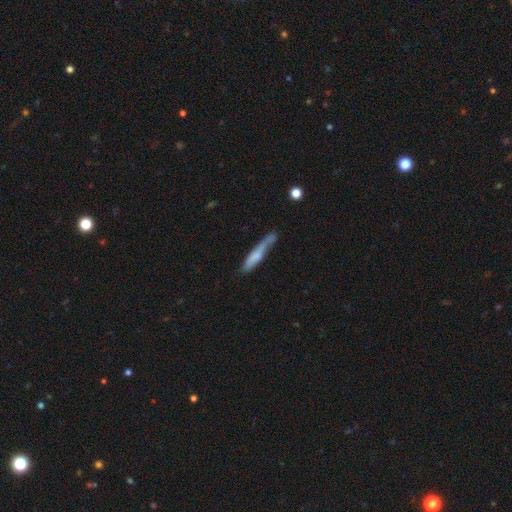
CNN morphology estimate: smooth_or_featured: smooth (p=0.61) [alt: featured or disk p=0.33]
how_rounded: cigar-shaped (p=0.89) [alt: in between p=0.09]
merging: none (p=0.54) [alt: minor disturbance p=0.27]